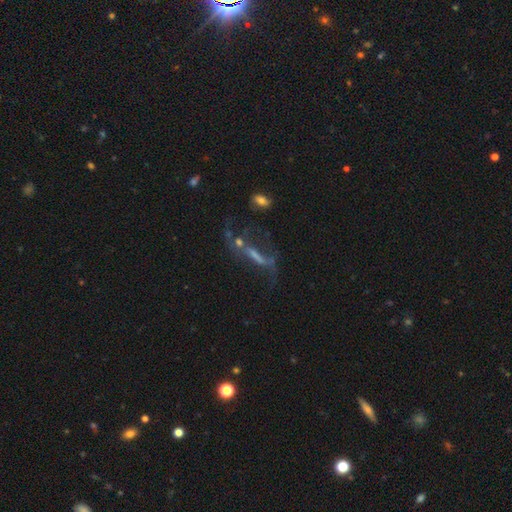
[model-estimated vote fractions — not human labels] A featured or disk galaxy (55%). Merging: none (35%).